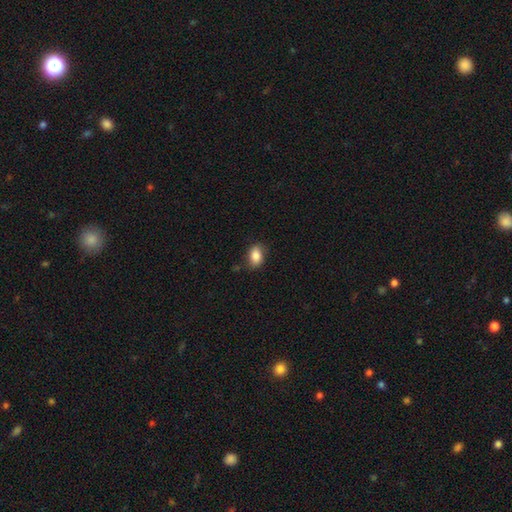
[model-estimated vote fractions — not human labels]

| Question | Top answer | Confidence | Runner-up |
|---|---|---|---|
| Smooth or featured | smooth | 86% | star or artifact (8%) |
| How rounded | in between | 83% | round (15%) |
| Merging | none | 78% | minor disturbance (17%) |